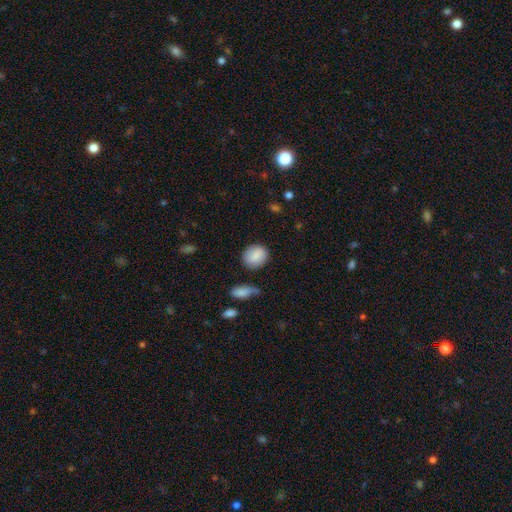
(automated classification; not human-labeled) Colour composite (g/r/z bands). It shows a smooth galaxy with no disk features (85%) that is round (68%). Merging: none (79%).